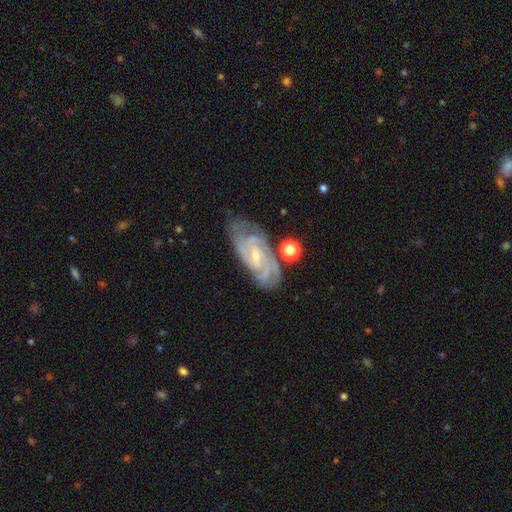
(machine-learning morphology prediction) Smooth or featured?
  - featured or disk: 83% *
  - smooth: 10%
  - star or artifact: 7%
Edge-on disk?
  - no: 94% *
  - yes: 6%
Bar?
  - weak: 44% *
  - no: 41%
  - strong: 15%
Spiral arms?
  - yes: 96% *
  - no: 4%
Spiral winding?
  - tight: 62% *
  - medium: 32%
  - loose: 6%
Spiral arm count?
  - can't tell: 26% *
  - 3: 25%
  - 2: 25%
  - 4: 14%
  - more than 4: 5%
  - 1: 5%
Bulge size?
  - small: 72% *
  - moderate: 22%
  - none: 4%
  - large: 1%
  - dominant: 1%
Merging?
  - none: 67% *
  - minor disturbance: 20%
  - major disturbance: 7%
  - merger: 6%